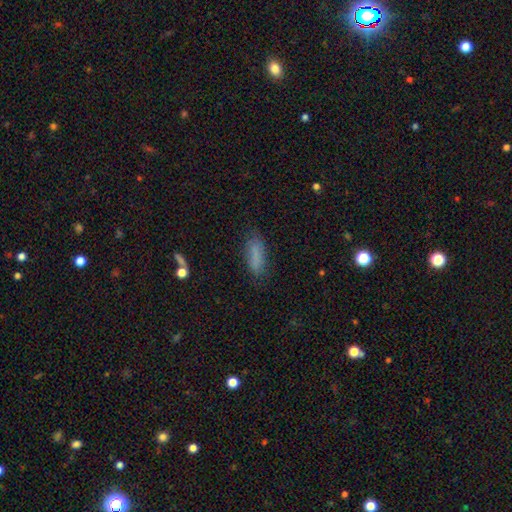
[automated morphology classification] This appears to be a smooth galaxy with no disk features (80%) that is in between round and cigar-shaped (58%). Merging: none (74%).